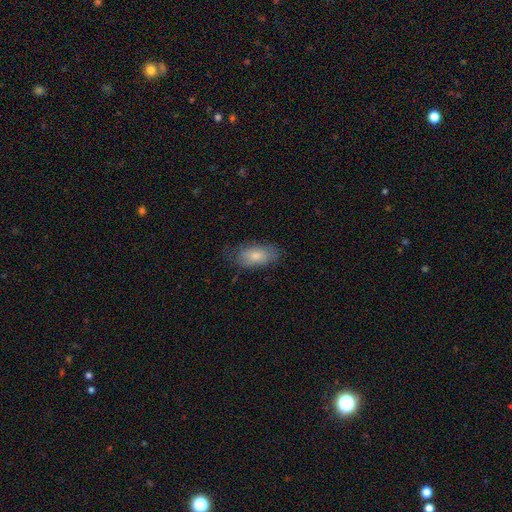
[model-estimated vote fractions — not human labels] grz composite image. It shows a smooth galaxy with no disk features (75%) that is in between round and cigar-shaped (90%). Merging: none (67%).